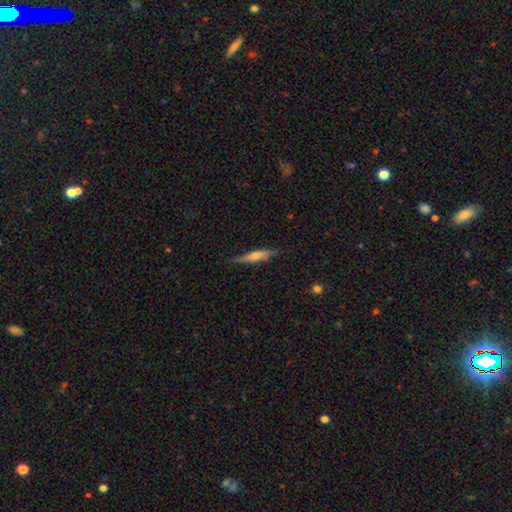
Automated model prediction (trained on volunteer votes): Overall: smooth (48%; featured or disk 46%). Merging: none (84%).